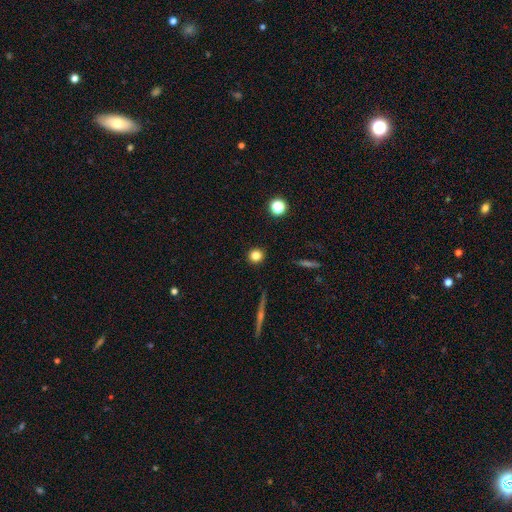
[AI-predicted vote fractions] A smooth galaxy with no disk features (81%) that is round (92%). Merging: none (92%).